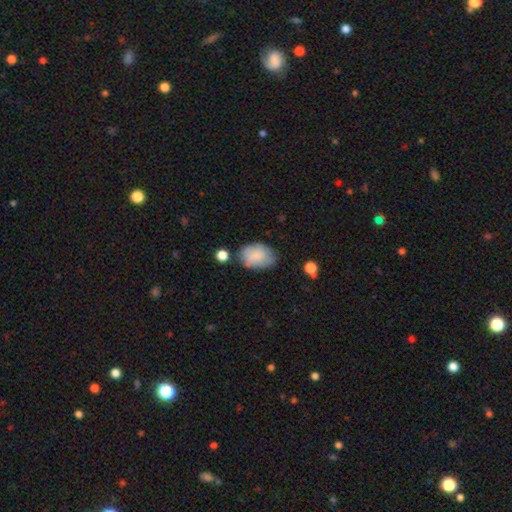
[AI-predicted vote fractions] Morphology: type=smooth (82%); roundness=in between (84%); merging=none (65%).